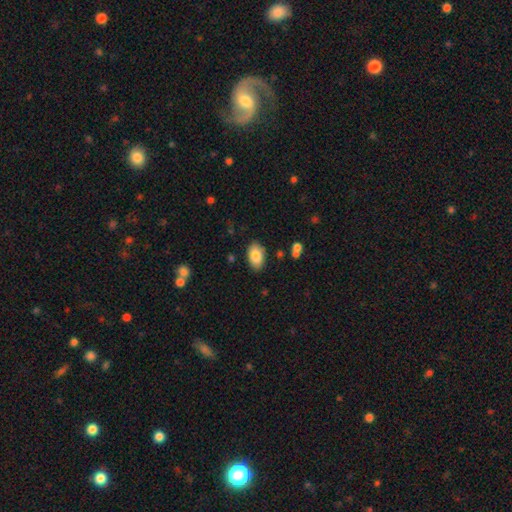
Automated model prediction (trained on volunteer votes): Smooth or featured? smooth (84%)
How rounded? in between (93%)
Merging? none (84%)